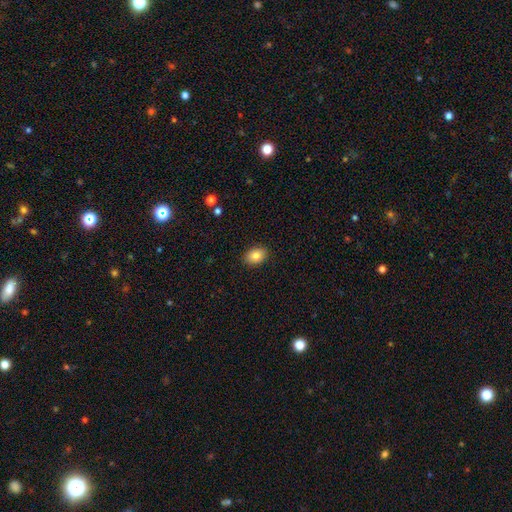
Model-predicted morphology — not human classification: smooth 85%, star or artifact 8%, featured or disk 7%. Down the decision tree: how rounded — in between (78%); merging — none (89%).